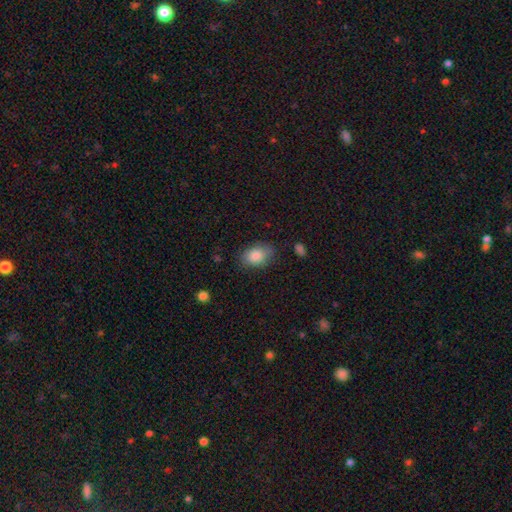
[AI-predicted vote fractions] Overall: smooth (84%). How rounded: in between (84%). Merging: none (76%).